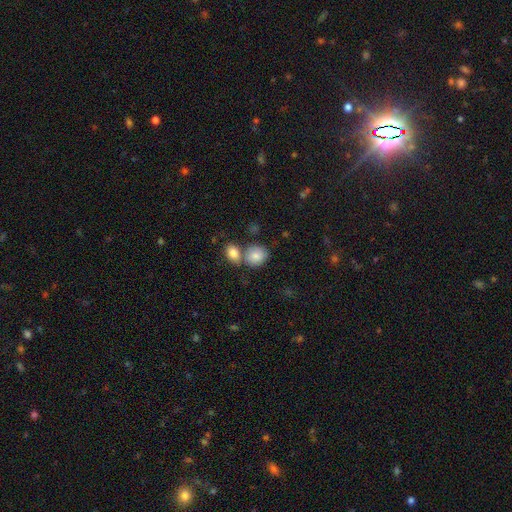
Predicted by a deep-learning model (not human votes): A smooth galaxy with no disk features (84%) that is round (60%).

Vote fractions:
- Smooth or featured? smooth: 84% / featured or disk: 8% / star or artifact: 8%
- How rounded? round: 60% / in between: 39% / cigar-shaped: 1%
- Merging? none: 52% / merger: 33% / minor disturbance: 11% / major disturbance: 4%